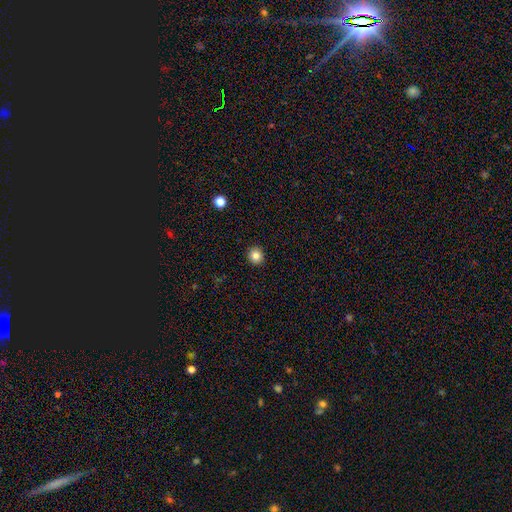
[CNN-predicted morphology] Smooth or featured: smooth — 83% (star or artifact — 11%)
How rounded: round — 87% (in between — 12%)
Merging: none — 92% (minor disturbance — 5%)